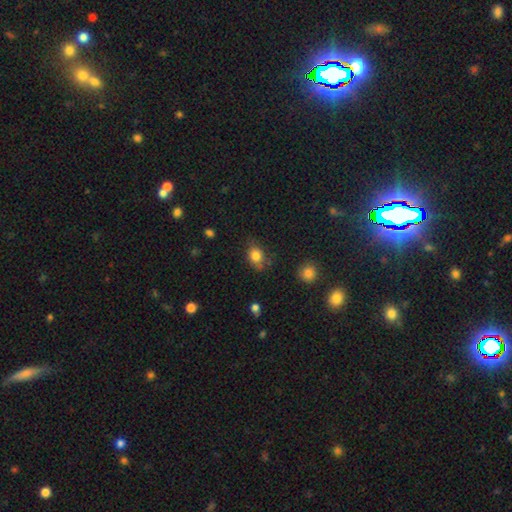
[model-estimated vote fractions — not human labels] Smooth or featured? smooth (81%)
How rounded? in between (59%)
Merging? none (68%)